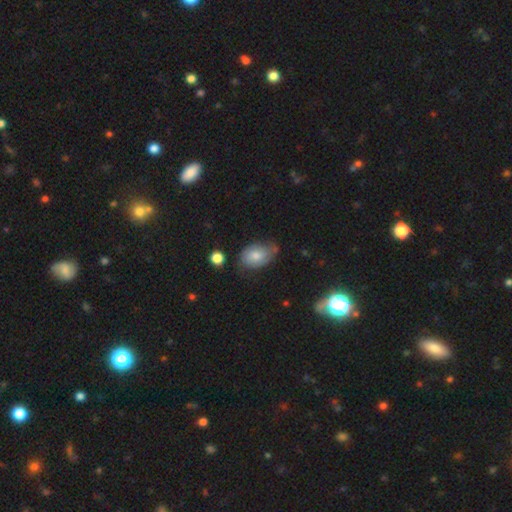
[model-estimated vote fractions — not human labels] The model was most divided on "merging": none: 55%, minor disturbance: 32%, major disturbance: 8%, merger: 5%. More confident: how rounded — in between (85%); smooth or featured — smooth (71%).